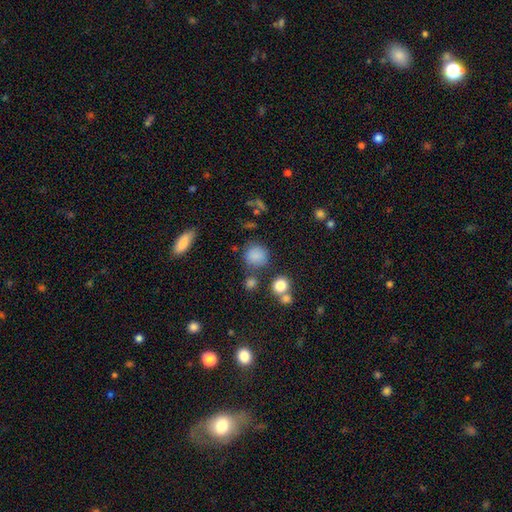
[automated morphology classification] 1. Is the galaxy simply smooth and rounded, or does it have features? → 81% smooth, 13% star or artifact, 6% featured or disk.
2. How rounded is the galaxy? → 85% round, 14% in between, 1% cigar-shaped.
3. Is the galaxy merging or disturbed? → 72% none, 14% minor disturbance, 8% merger, 6% major disturbance.